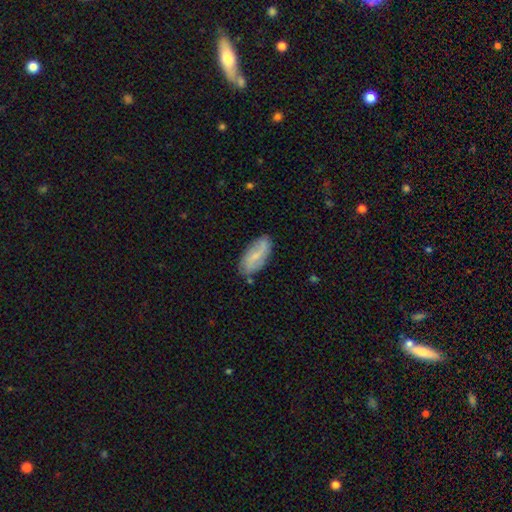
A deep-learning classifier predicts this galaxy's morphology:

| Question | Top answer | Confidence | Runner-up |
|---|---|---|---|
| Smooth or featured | smooth | 47% | tied: featured or disk (47%) |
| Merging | none | 76% | minor disturbance (18%) |